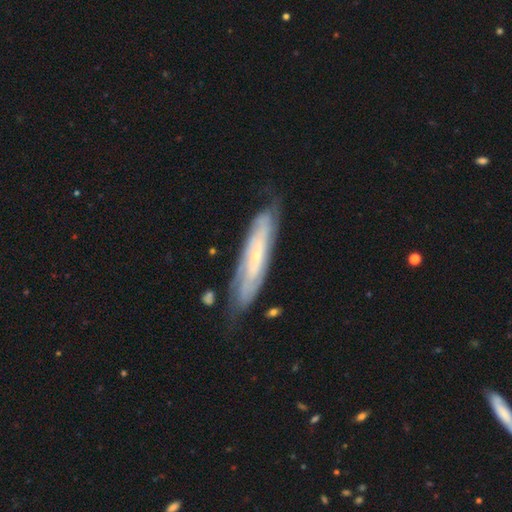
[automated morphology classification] featured or disk 74%, smooth 20%, star or artifact 6%. Down the decision tree: edge-on disk — no (66%); merging — none (73%).